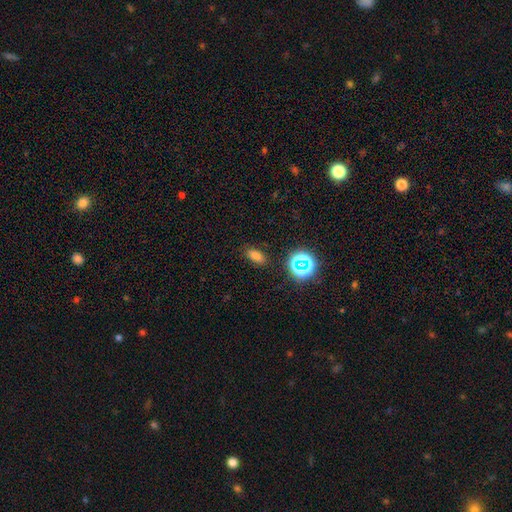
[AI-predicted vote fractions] Smooth or featured?
  - smooth: 73% *
  - star or artifact: 20%
  - featured or disk: 7%
How rounded?
  - in between: 83% *
  - round: 11%
  - cigar-shaped: 6%
Merging?
  - none: 85% *
  - minor disturbance: 10%
  - major disturbance: 3%
  - merger: 2%